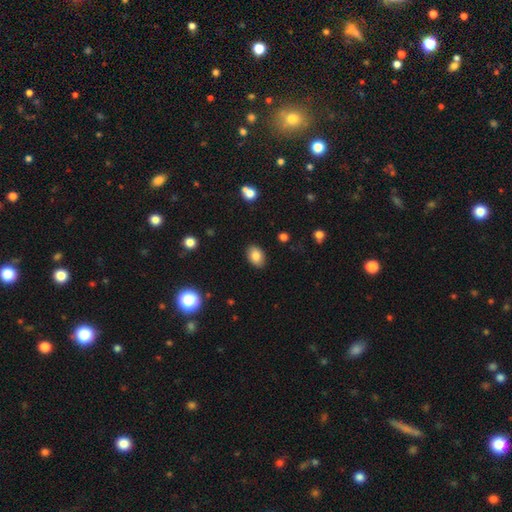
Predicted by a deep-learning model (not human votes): The model was most divided on "how rounded": in between: 84%, round: 15%, cigar-shaped: 1%. More confident: merging — none (88%); smooth or featured — smooth (85%).